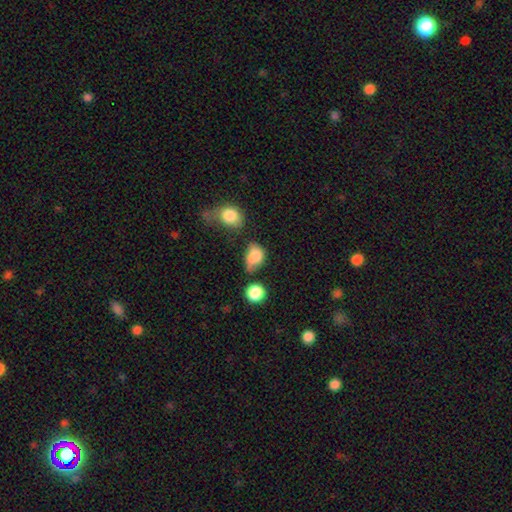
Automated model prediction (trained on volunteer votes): Smooth or featured: smooth — 80% (featured or disk — 10%)
How rounded: in between — 66% (round — 33%)
Merging: minor disturbance — 33% (none — 29%)